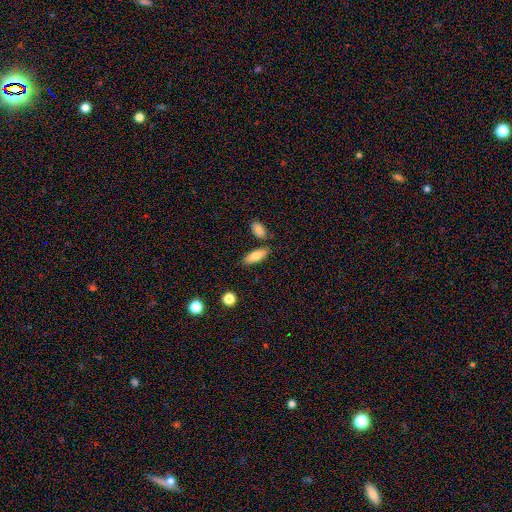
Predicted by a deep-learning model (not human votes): smooth-or-featured: smooth: 79% | featured or disk: 15% | star or artifact: 6%
  how-rounded: in between: 73% | cigar-shaped: 24% | round: 3%
  merging: none: 78% | minor disturbance: 11% | merger: 8% | major disturbance: 3%